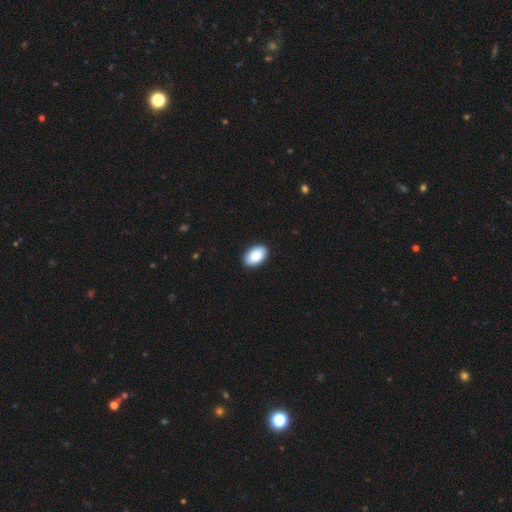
Volunteers were most divided on "smooth or featured": smooth: 89%, featured or disk: 5%, star or artifact: 5%. More confident: how rounded — in between (97%); merging — none (92%).